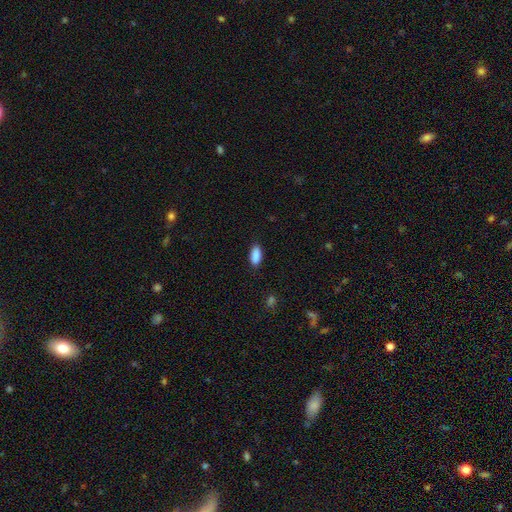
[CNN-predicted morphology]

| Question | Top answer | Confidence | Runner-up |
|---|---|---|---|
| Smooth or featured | smooth | 90% | star or artifact (7%) |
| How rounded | in between | 86% | cigar-shaped (12%) |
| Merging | none | 86% | minor disturbance (10%) |